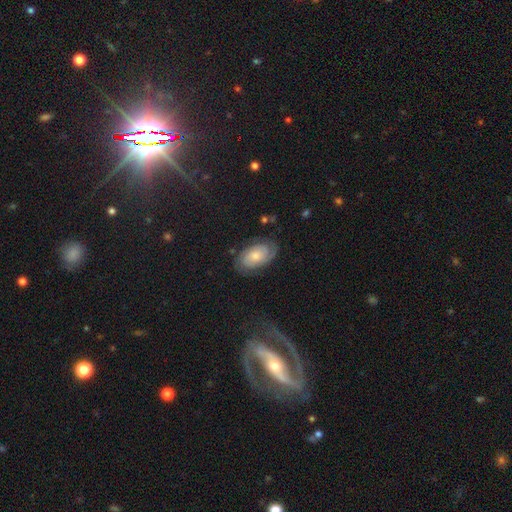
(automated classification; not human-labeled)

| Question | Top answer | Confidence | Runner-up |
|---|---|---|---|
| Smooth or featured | featured or disk | 63% | smooth (29%) |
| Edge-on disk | no | 95% | yes (5%) |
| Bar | no | 77% | weak (20%) |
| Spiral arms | yes | 89% | no (11%) |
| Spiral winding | tight | 64% | medium (26%) |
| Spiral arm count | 2 | 59% | can't tell (25%) |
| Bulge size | moderate | 46% | small (39%) |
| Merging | none | 73% | minor disturbance (18%) |